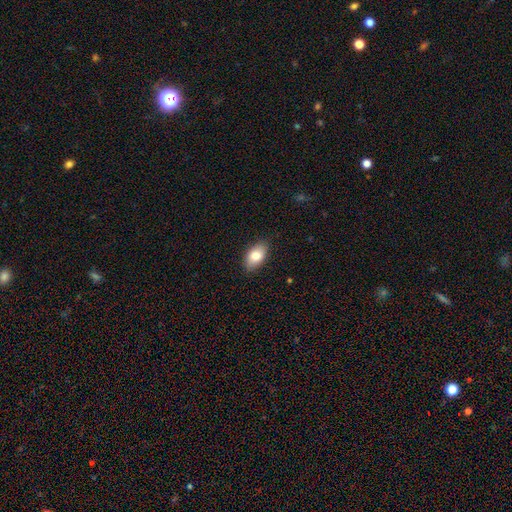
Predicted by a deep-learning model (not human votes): smooth_or_featured: smooth (p=0.82) [alt: featured or disk p=0.11]
how_rounded: in between (p=0.92) [alt: round p=0.06]
merging: none (p=0.86) [alt: minor disturbance p=0.11]